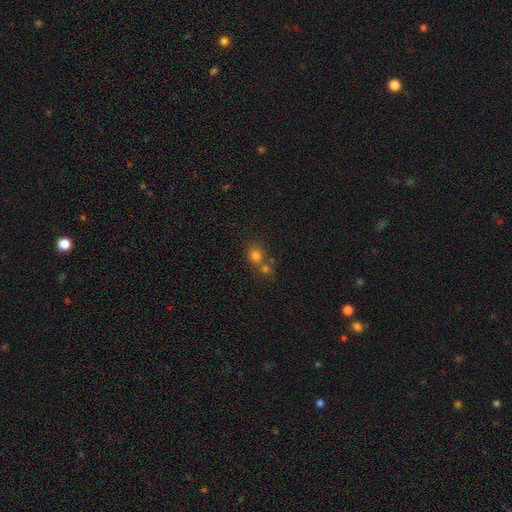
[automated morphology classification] type=smooth (76%); roundness=round (79%); merging=none (49%).